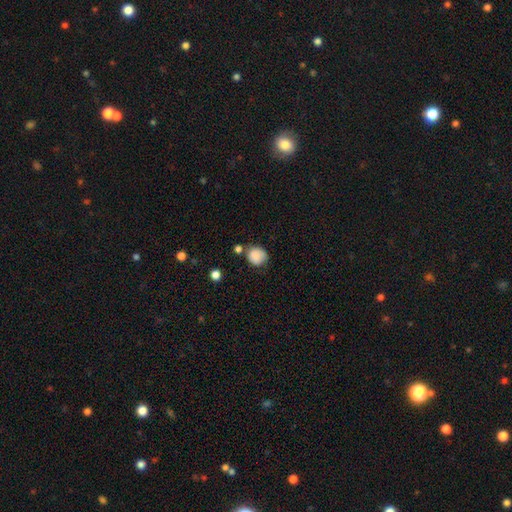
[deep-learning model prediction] Overall: smooth (84%). How rounded: round (77%). Merging: none (58%; minor disturbance 24%).